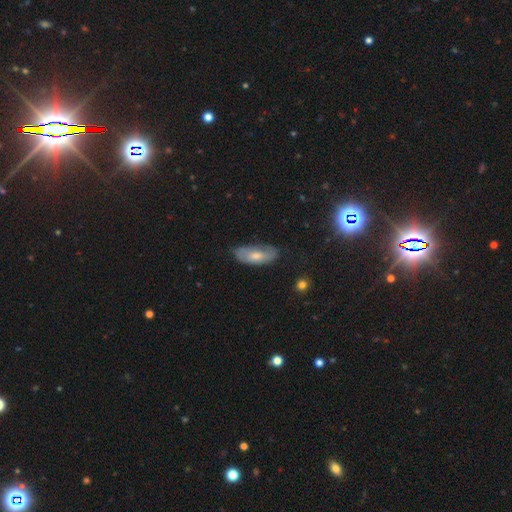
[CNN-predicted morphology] Smooth or featured? Predicted: smooth (p=0.60). How rounded? Predicted: in between (p=0.82). Merging? Predicted: none (p=0.62).